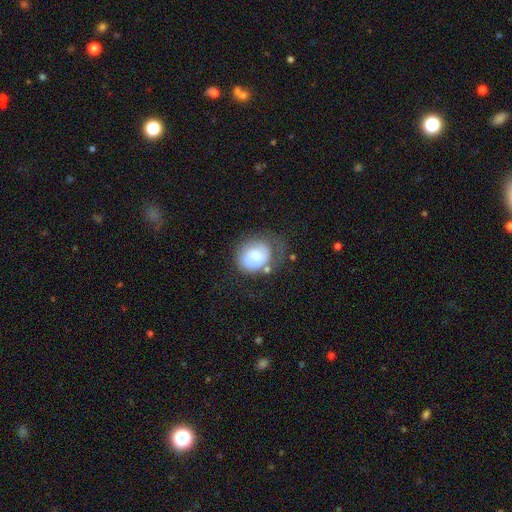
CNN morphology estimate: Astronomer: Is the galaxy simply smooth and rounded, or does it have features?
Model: smooth — 51% (runner-up: featured or disk, 42%).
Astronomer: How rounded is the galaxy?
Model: round — 60% (runner-up: in between, 39%).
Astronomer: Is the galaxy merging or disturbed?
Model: none — 41% (runner-up: minor disturbance, 28%).